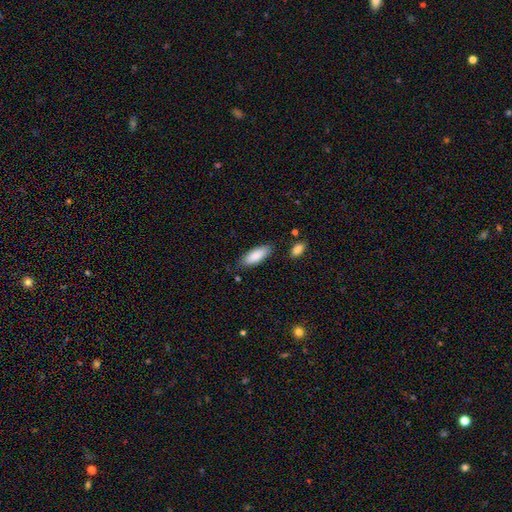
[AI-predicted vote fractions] smooth_or_featured: smooth (p=0.86) [alt: featured or disk p=0.08]
how_rounded: in between (p=0.75) [alt: cigar-shaped p=0.24]
merging: none (p=0.78) [alt: minor disturbance p=0.16]